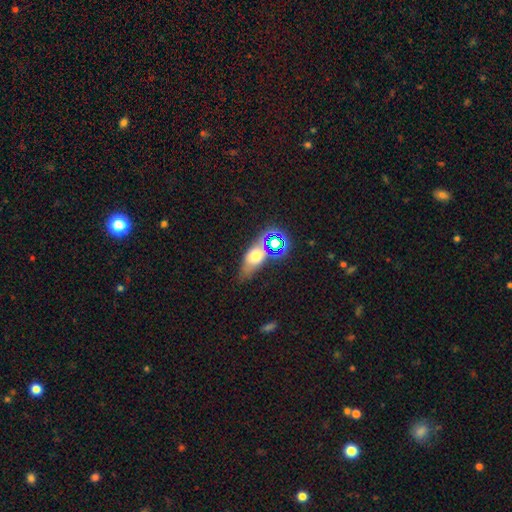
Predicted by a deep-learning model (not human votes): Morphology: type=smooth (54%); roundness=in between (67%); merging=none (56%).